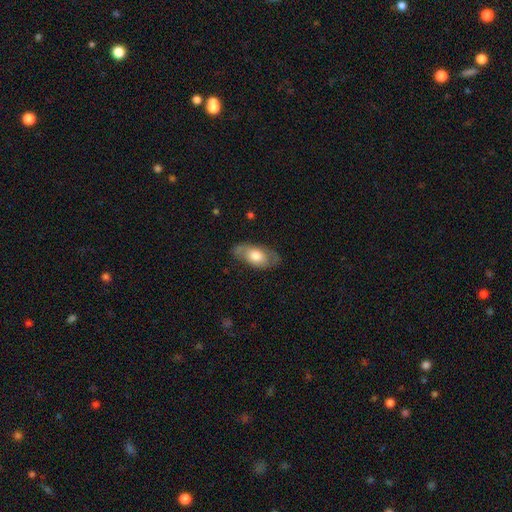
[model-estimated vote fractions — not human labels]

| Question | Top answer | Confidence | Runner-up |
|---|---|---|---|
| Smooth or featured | smooth | 57% | featured or disk (38%) |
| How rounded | in between | 89% | round (5%) |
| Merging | none | 70% | minor disturbance (21%) |